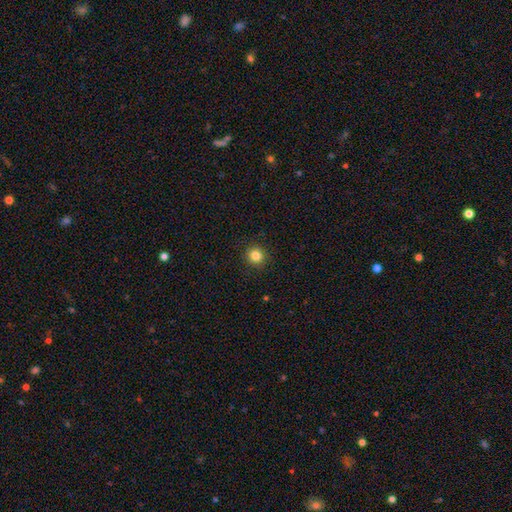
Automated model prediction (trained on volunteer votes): smooth_or_featured: smooth (p=0.84) [alt: star or artifact p=0.12]
how_rounded: round (p=0.93) [alt: in between p=0.06]
merging: none (p=0.92) [alt: minor disturbance p=0.05]